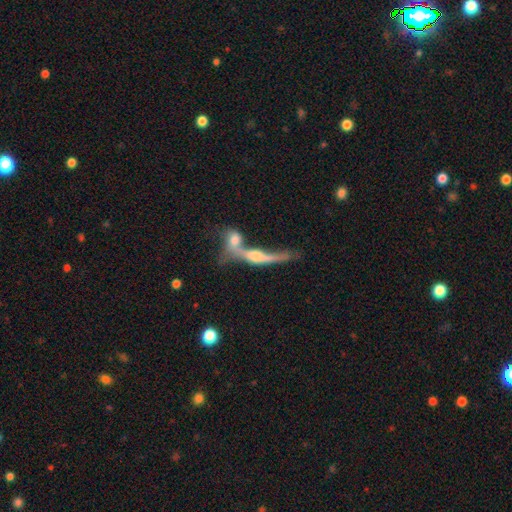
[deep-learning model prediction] Smooth or featured? Predicted: featured or disk (p=0.61). Edge-on disk? Predicted: yes (p=0.68). Merging? Predicted: merger (p=0.56).